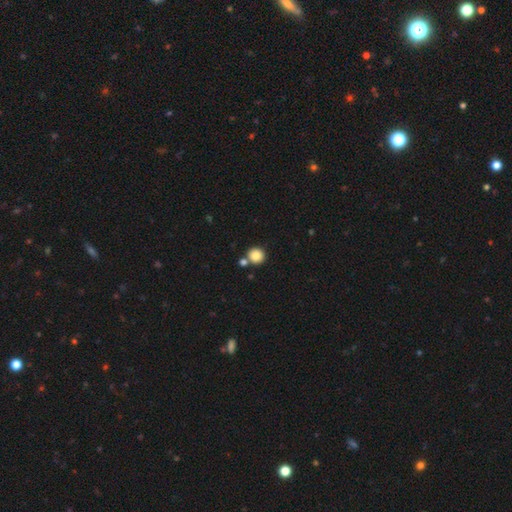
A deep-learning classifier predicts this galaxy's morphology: Smooth or featured?
  - smooth: 85% *
  - star or artifact: 10%
  - featured or disk: 5%
How rounded?
  - round: 92% *
  - in between: 7%
  - cigar-shaped: 1%
Merging?
  - none: 72% *
  - merger: 18%
  - minor disturbance: 7%
  - major disturbance: 2%